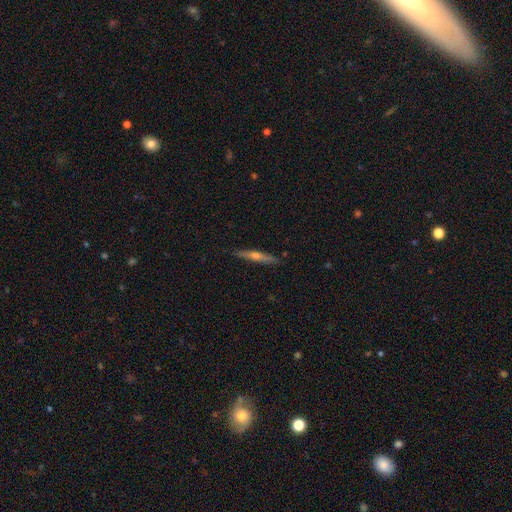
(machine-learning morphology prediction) Smooth or featured? featured or disk (63%)
Edge-on disk? yes (97%)
Edge-on bulge? rounded (84%)
Merging? none (88%)